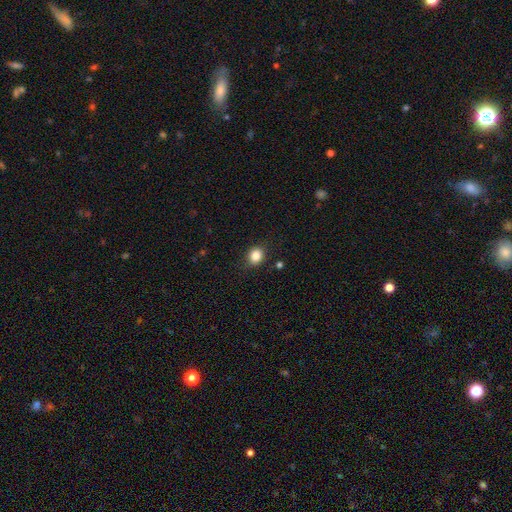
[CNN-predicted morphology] Smooth or featured? Predicted: smooth (p=0.85). How rounded? Predicted: round (p=0.65). Merging? Predicted: none (p=0.87).